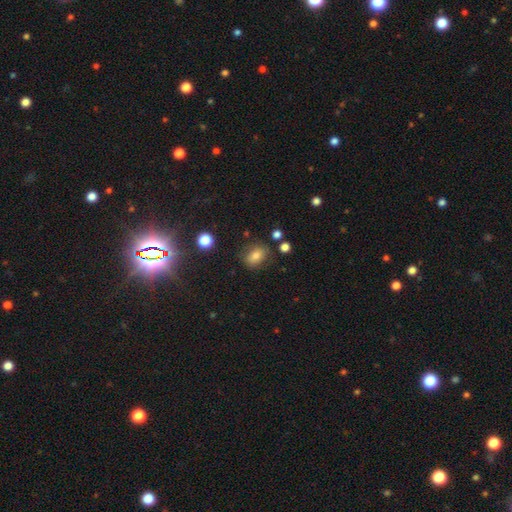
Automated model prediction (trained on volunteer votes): Smooth or featured: smooth — 76% (star or artifact — 12%)
How rounded: in between — 60% (round — 39%)
Merging: none — 75% (minor disturbance — 16%)